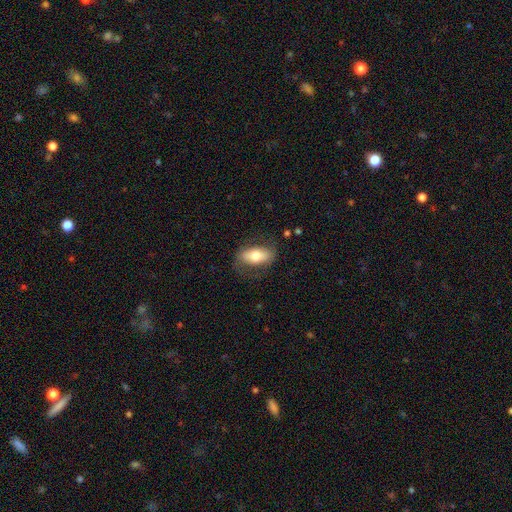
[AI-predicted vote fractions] smooth_or_featured: smooth (p=0.62) [alt: featured or disk p=0.32]
how_rounded: in between (p=0.89) [alt: cigar-shaped p=0.06]
merging: none (p=0.72) [alt: minor disturbance p=0.18]